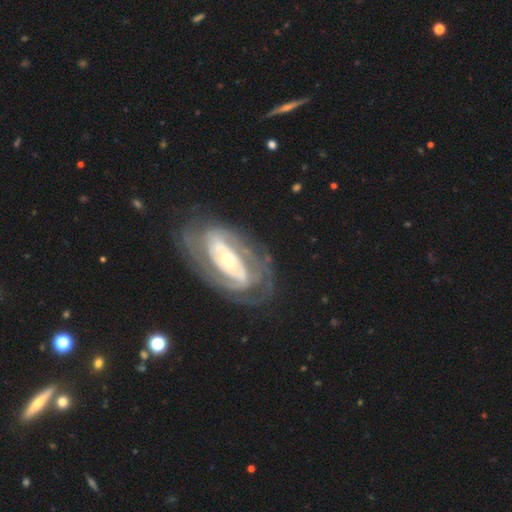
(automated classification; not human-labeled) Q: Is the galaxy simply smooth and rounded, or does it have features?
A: featured or disk — 82%.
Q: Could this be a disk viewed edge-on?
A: no — 87%.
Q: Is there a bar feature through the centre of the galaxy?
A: strong — 59%.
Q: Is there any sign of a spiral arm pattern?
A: yes — 80%.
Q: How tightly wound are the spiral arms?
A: tight — 57%.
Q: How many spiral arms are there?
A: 2 — 54%.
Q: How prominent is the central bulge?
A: moderate — 50%.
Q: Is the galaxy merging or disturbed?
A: none — 77%.